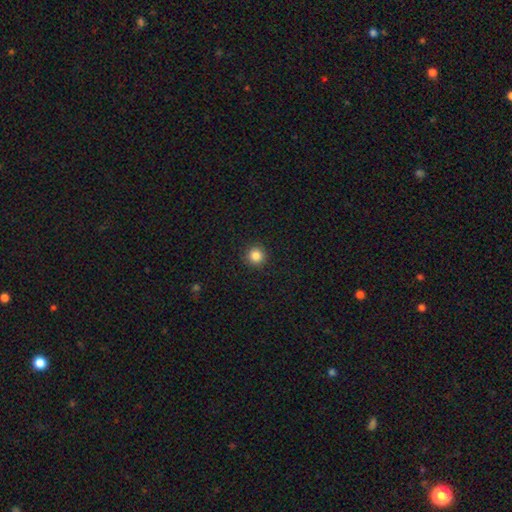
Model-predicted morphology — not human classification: Smooth or featured?
  - smooth: 85% *
  - star or artifact: 11%
  - featured or disk: 4%
How rounded?
  - round: 95% *
  - in between: 4%
  - cigar-shaped: 1%
Merging?
  - none: 92% *
  - minor disturbance: 5%
  - major disturbance: 2%
  - merger: 1%